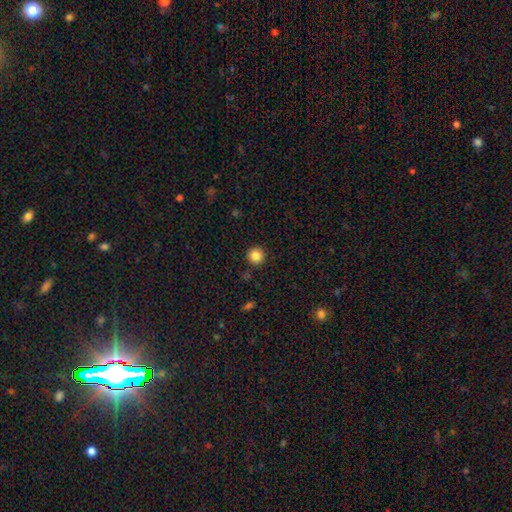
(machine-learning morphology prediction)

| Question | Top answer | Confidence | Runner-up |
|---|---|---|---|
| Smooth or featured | smooth | 85% | star or artifact (11%) |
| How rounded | round | 96% | in between (3%) |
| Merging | none | 92% | minor disturbance (5%) |